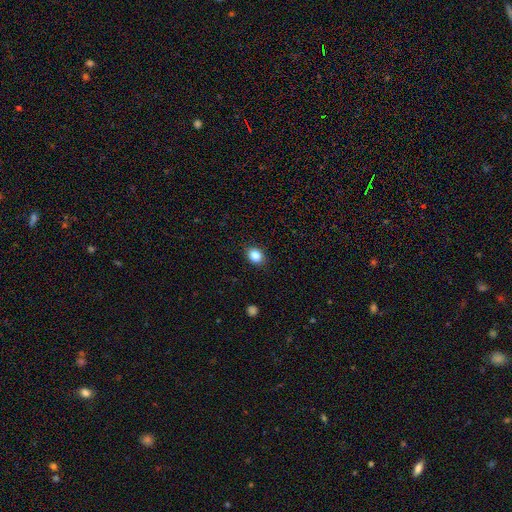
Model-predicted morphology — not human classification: This is clearly a smooth galaxy (85%). How rounded: possibly in between (57%). Merging: clearly none (88%).